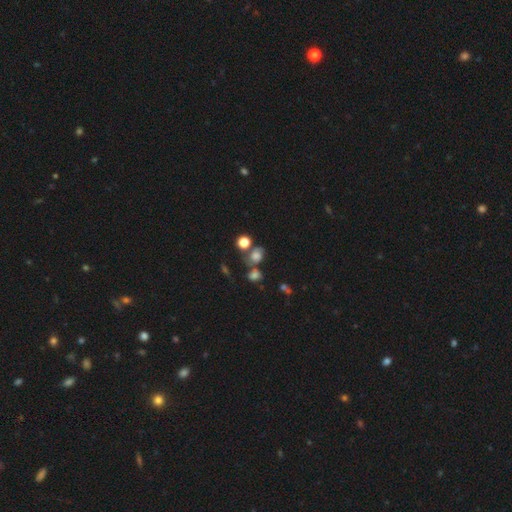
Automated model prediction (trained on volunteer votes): smooth_or_featured: smooth (p=0.69) [alt: star or artifact p=0.19]
how_rounded: round (p=0.61) [alt: in between p=0.38]
merging: none (p=0.47) [alt: merger p=0.28]